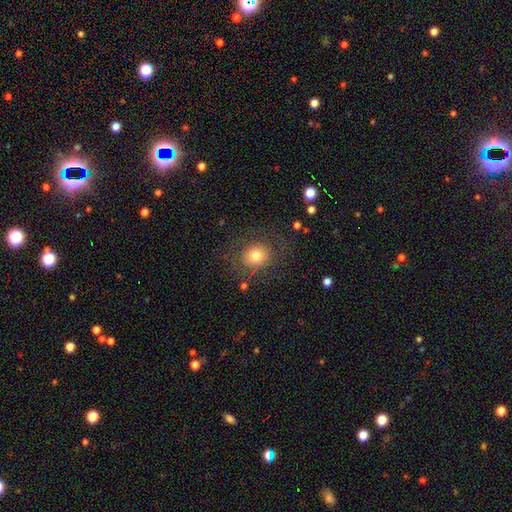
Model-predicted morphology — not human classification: This appears to be a smooth galaxy with no disk features (74%) that is round (71%). Merging: none (77%).